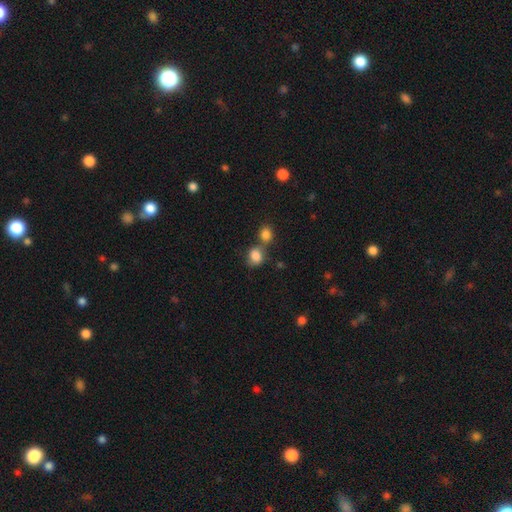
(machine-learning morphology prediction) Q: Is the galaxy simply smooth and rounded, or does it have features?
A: smooth — 84%.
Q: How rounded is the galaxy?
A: round — 55%.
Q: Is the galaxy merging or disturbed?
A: none — 44%.